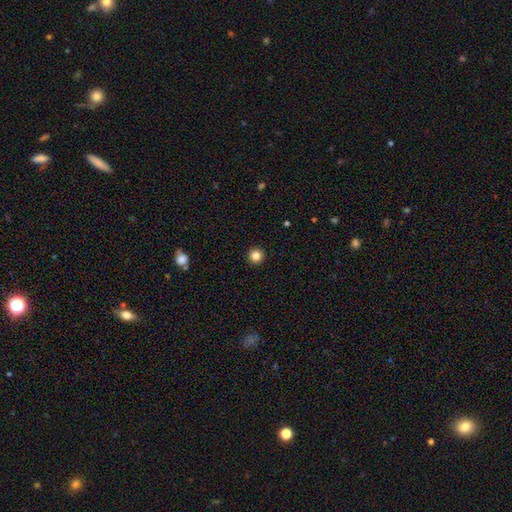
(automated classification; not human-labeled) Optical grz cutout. It shows a smooth galaxy with no disk features (84%) that is round (96%). Merging: none (94%).